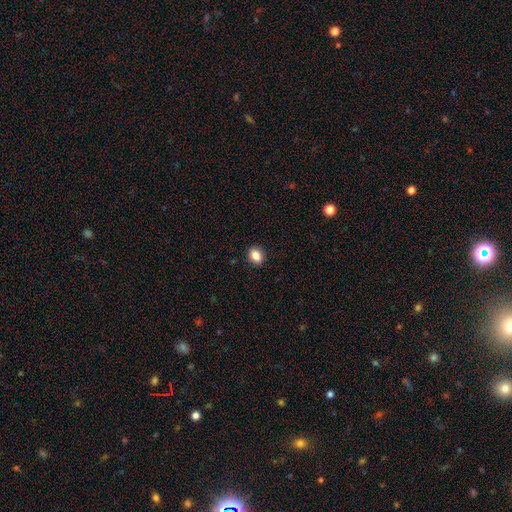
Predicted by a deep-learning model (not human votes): Q: Smooth or featured?
A: smooth (87%); runner-up: star or artifact (9%)
Q: How rounded?
A: in between (57%); runner-up: round (42%)
Q: Merging?
A: none (90%); runner-up: minor disturbance (7%)